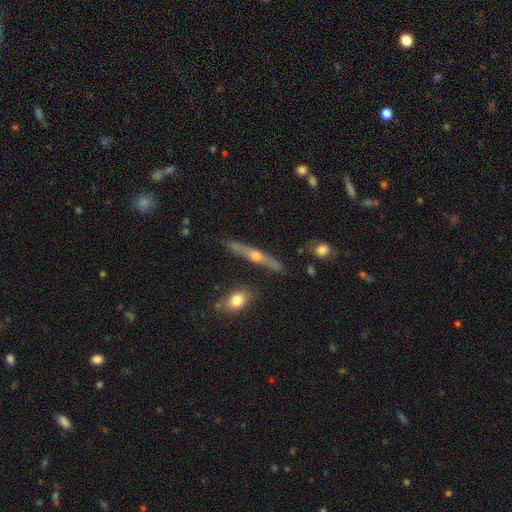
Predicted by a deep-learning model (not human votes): This is likely a featured or disk galaxy (69%). It is clearly viewed edge-on (94%). Edge-on bulge: clearly rounded (92%). Merging: clearly none (82%).